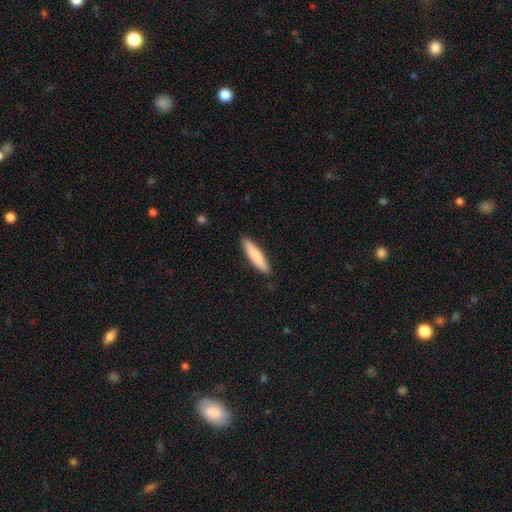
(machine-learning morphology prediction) type=smooth (78%); roundness=cigar-shaped (84%); merging=none (88%).